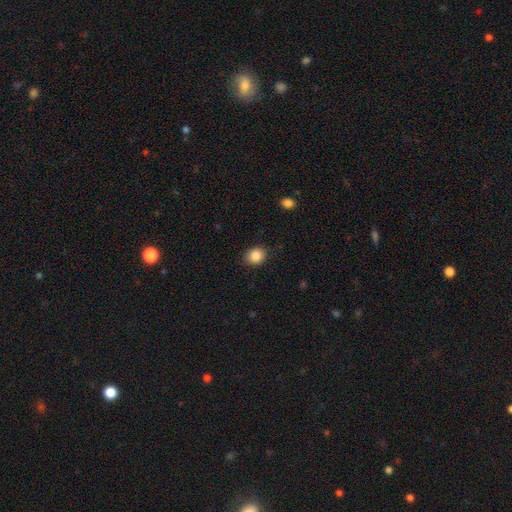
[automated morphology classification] smooth_or_featured: smooth (p=0.87) [alt: star or artifact p=0.09]
how_rounded: round (p=0.60) [alt: in between p=0.39]
merging: none (p=0.86) [alt: minor disturbance p=0.10]